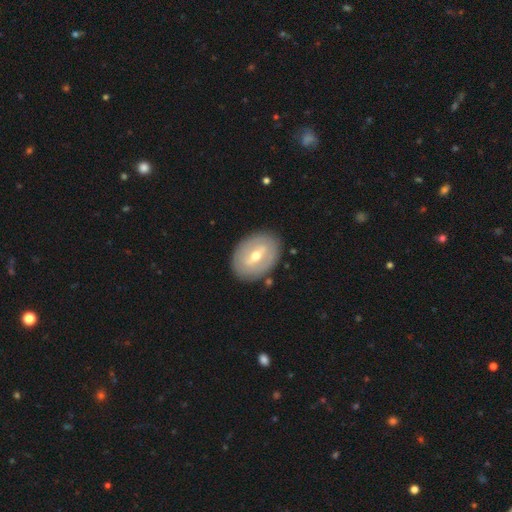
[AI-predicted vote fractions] This appears to be a featured or disk galaxy (63%) with a weak bar (44%), no spiral arms (68%) and a moderate central bulge (65%). Merging: none (85%).